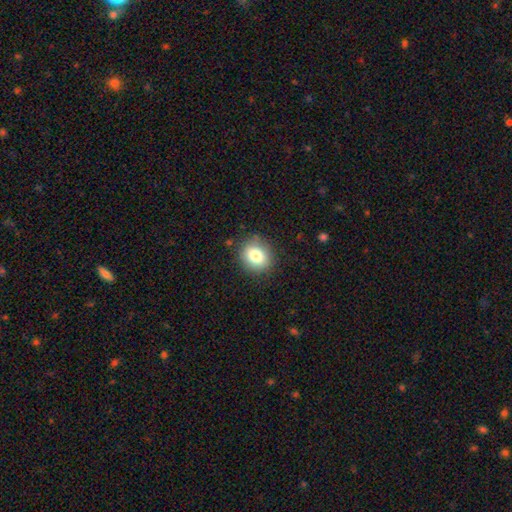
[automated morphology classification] This appears to be a smooth galaxy with no disk features (81%) that is round (71%). Merging: none (85%).